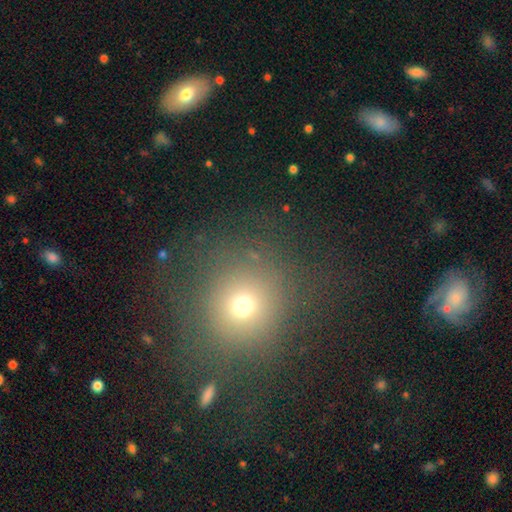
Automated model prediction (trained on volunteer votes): The model was most divided on "smooth or featured": smooth: 61%, star or artifact: 28%, featured or disk: 12%. More confident: how rounded — round (91%); merging — none (82%).